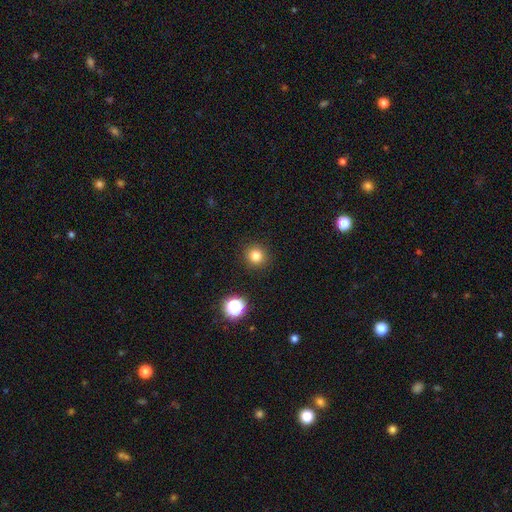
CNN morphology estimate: smooth_or_featured: smooth (p=0.81) [alt: star or artifact p=0.14]
how_rounded: round (p=0.93) [alt: in between p=0.06]
merging: none (p=0.91) [alt: minor disturbance p=0.05]